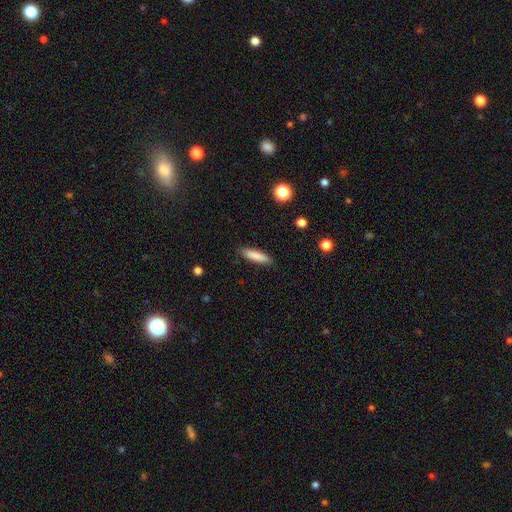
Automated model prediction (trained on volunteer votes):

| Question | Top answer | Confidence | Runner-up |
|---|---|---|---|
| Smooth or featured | smooth | 84% | featured or disk (9%) |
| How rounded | cigar-shaped | 72% | in between (26%) |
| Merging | none | 88% | minor disturbance (9%) |